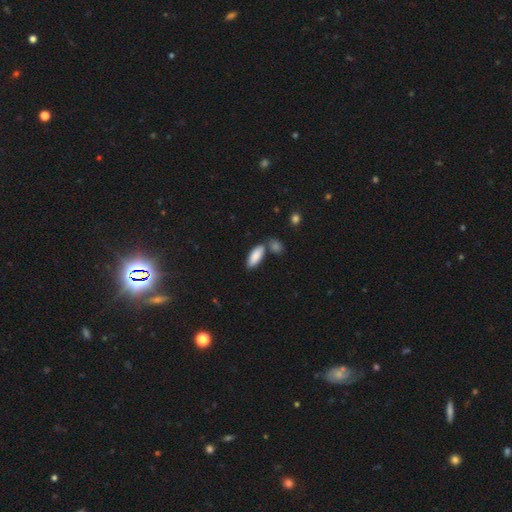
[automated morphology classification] Overall: smooth (87%). How rounded: in between (78%). Merging: none (68%).